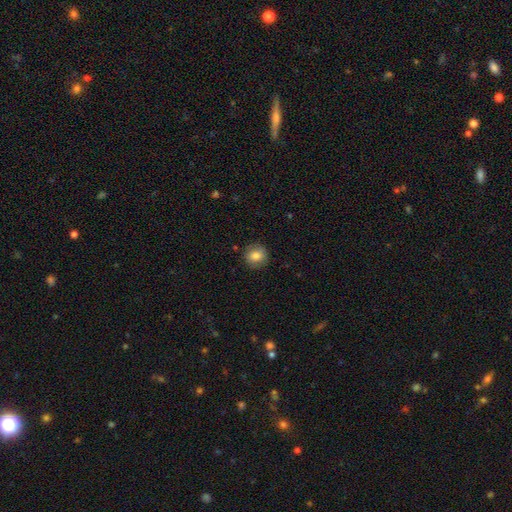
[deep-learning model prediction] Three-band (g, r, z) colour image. It shows a smooth galaxy with no disk features (80%) that is round (86%). Merging: none (86%).